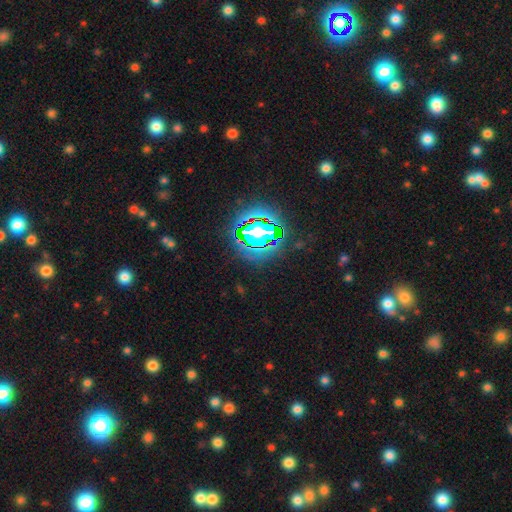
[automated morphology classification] Smooth or featured?
  - star or artifact: 78% *
  - smooth: 13%
  - featured or disk: 9%